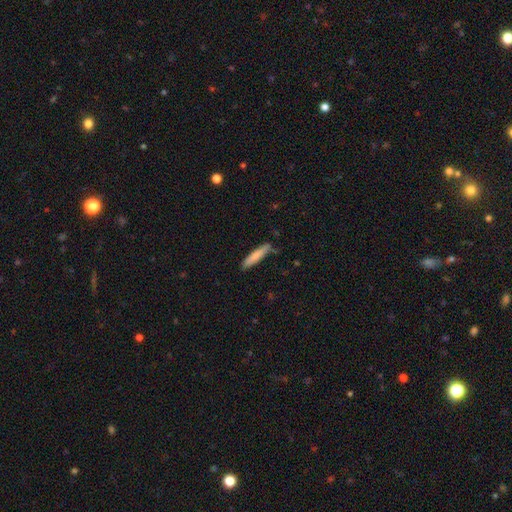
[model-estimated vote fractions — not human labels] Smooth or featured?
  - smooth: 79% *
  - featured or disk: 16%
  - star or artifact: 6%
How rounded?
  - cigar-shaped: 87% *
  - in between: 12%
  - round: 1%
Merging?
  - none: 78% *
  - minor disturbance: 17%
  - merger: 3%
  - major disturbance: 3%